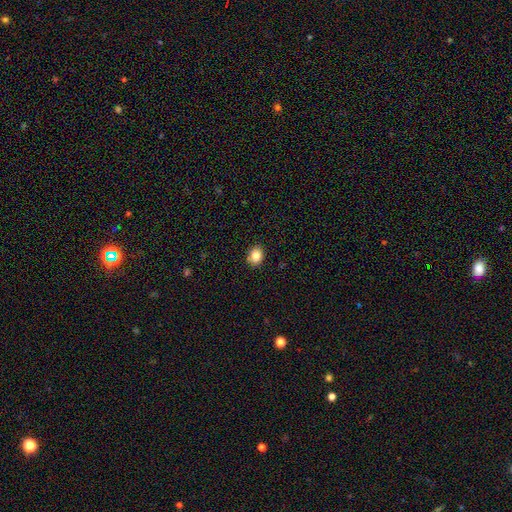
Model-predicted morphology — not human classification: Smooth or featured? Predicted: smooth (p=0.83). How rounded? Predicted: round (p=0.50). Merging? Predicted: none (p=0.88).